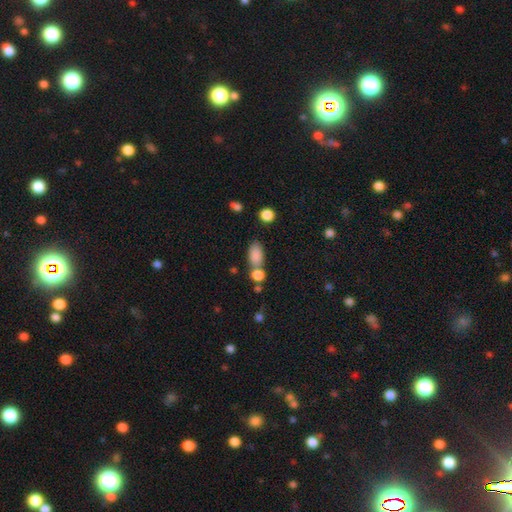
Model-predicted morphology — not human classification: Smooth or featured? smooth (84%)
How rounded? in between (87%)
Merging? none (49%)